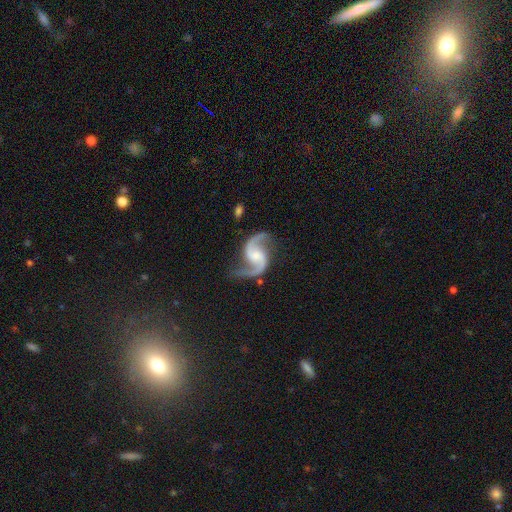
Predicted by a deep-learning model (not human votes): This is clearly a featured or disk galaxy (93%). It is clearly not viewed edge-on (98%). Bar: possibly no (46%). Spiral arm pattern: clearly yes (98%). Spiral arm count: clearly 2 (95%). Spiral winding: possibly loose (55%). Central bulge: marginally small (36%). Merging: likely none (78%).